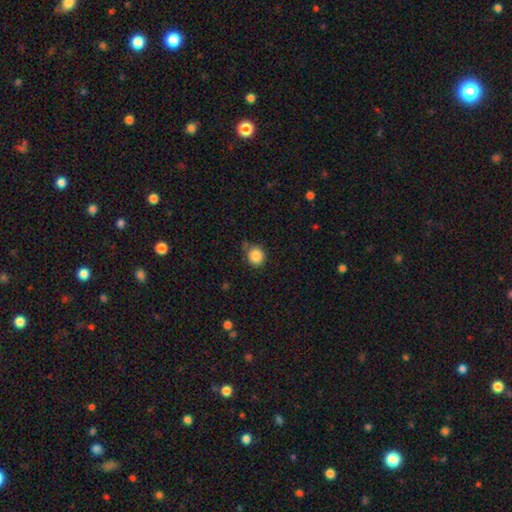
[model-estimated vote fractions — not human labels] smooth_or_featured: smooth (p=0.87) [alt: star or artifact p=0.09]
how_rounded: round (p=0.85) [alt: in between p=0.14]
merging: none (p=0.71) [alt: minor disturbance p=0.19]